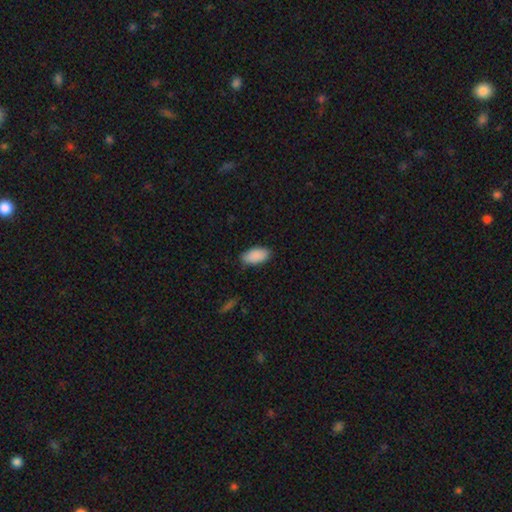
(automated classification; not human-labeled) Morphology: type=smooth (90%); roundness=in between (94%); merging=none (83%).